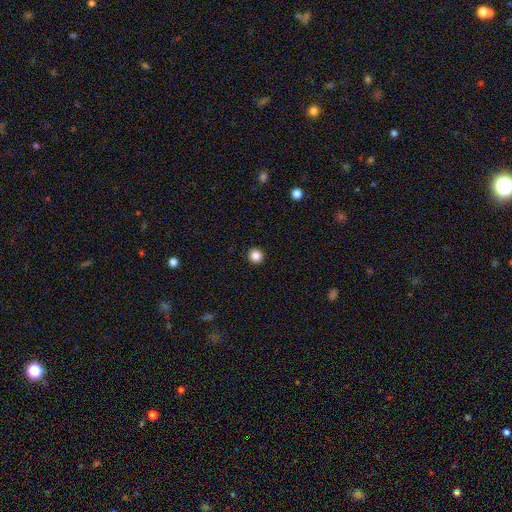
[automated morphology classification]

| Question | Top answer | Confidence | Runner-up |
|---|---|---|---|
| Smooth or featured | smooth | 85% | star or artifact (11%) |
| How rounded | round | 95% | in between (4%) |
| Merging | none | 94% | minor disturbance (4%) |